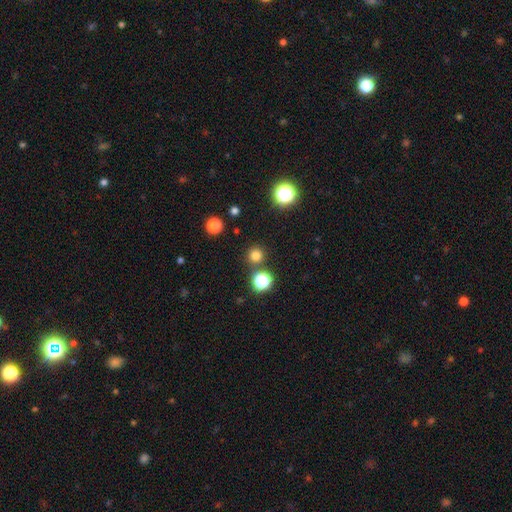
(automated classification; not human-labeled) This appears to be a smooth galaxy with no disk features (75%) that is round (95%). Merging: none (84%).